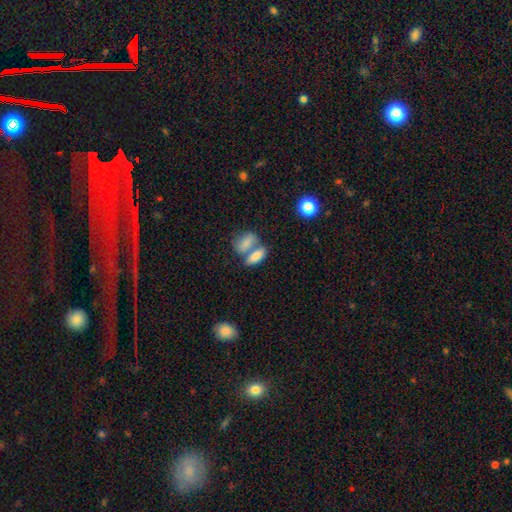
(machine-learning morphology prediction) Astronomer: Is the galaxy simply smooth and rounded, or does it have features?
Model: smooth — 80%.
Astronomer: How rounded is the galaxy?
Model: in between — 79%.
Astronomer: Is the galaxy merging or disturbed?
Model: merger — 54% (runner-up: none, 34%).